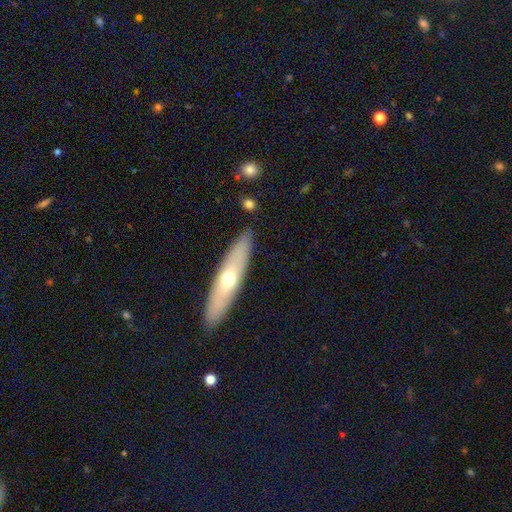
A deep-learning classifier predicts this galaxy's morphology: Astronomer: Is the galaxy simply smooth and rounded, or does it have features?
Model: smooth — 47% (runner-up: featured or disk, 46%).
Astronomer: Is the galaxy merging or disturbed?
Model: none — 87%.